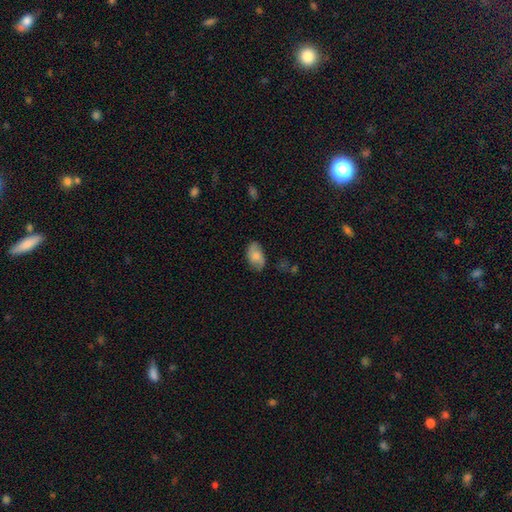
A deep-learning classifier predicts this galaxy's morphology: Smooth or featured? Predicted: smooth (p=0.73). How rounded? Predicted: in between (p=0.93). Merging? Predicted: none (p=0.74).